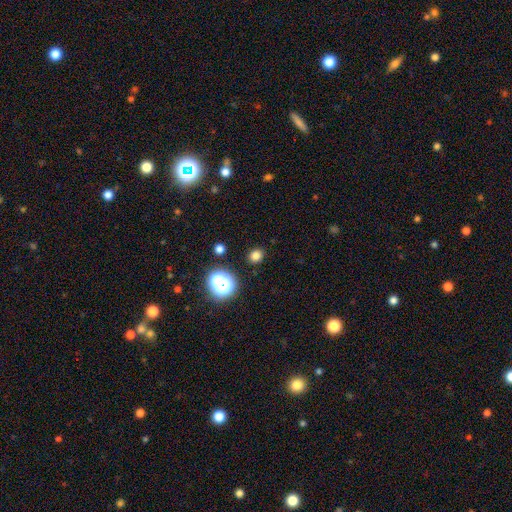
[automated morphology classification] Overall: smooth (77%). How rounded: round (76%). Merging: none (89%).